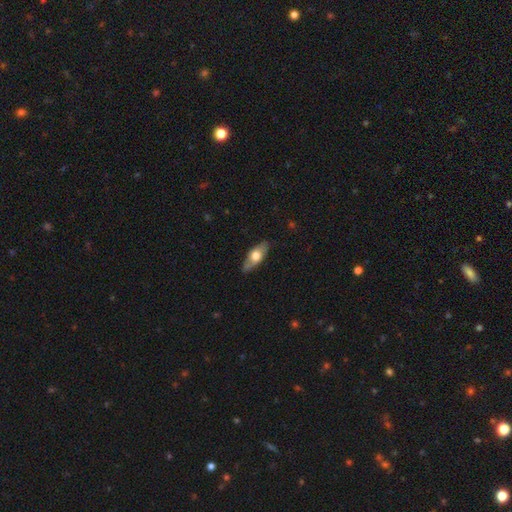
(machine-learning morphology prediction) Smooth or featured?
  - smooth: 56% *
  - featured or disk: 38%
  - star or artifact: 5%
How rounded?
  - in between: 74% *
  - cigar-shaped: 22%
  - round: 4%
Merging?
  - none: 82% *
  - minor disturbance: 14%
  - major disturbance: 3%
  - merger: 1%